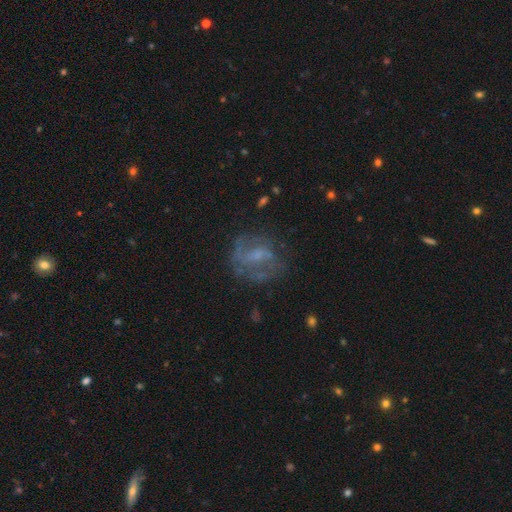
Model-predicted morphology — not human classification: The model was most divided on "bar": weak: 45%, no: 40%, strong: 15%. Remaining: edge-on disk — no (96%); smooth or featured — featured or disk (62%); spiral arms — yes (62%); merging — none (59%); bulge size — small (44%).